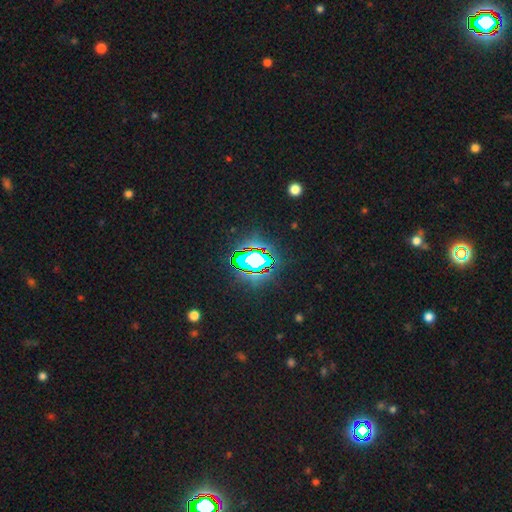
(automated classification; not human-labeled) Smooth or featured? Predicted: star or artifact (p=0.78).